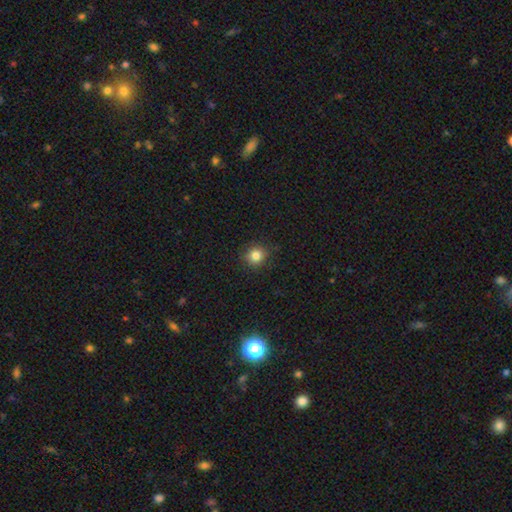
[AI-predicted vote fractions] Overall: smooth (82%). How rounded: round (91%). Merging: none (88%).